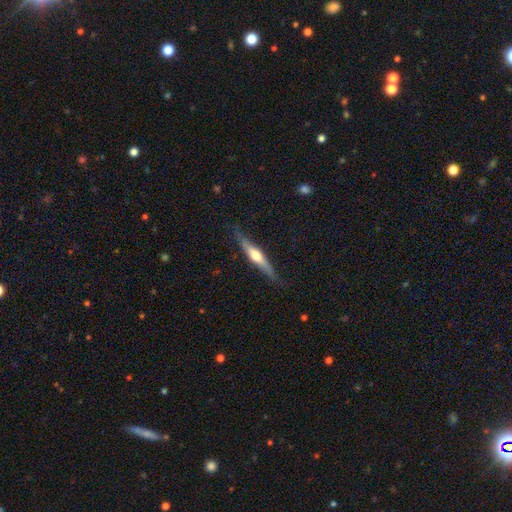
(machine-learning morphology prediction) Smooth or featured?
  - featured or disk: 57% *
  - smooth: 38%
  - star or artifact: 5%
Edge-on disk?
  - yes: 92% *
  - no: 8%
Edge-on bulge?
  - rounded: 87% *
  - none: 7%
  - boxy: 6%
Merging?
  - none: 78% *
  - minor disturbance: 17%
  - major disturbance: 4%
  - merger: 1%